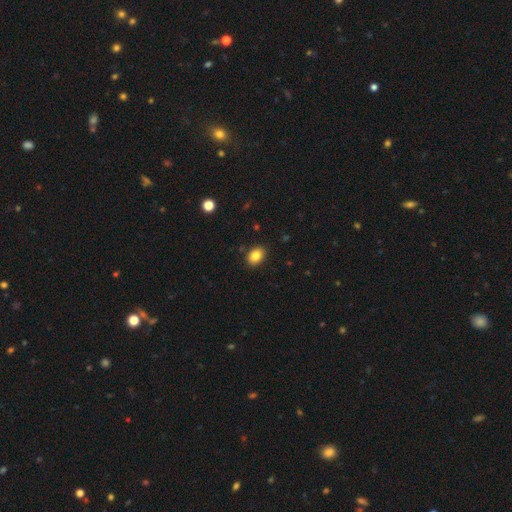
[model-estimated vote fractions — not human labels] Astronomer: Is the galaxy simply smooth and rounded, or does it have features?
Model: smooth — 83%.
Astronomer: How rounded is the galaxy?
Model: in between — 73%.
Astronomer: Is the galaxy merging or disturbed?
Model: none — 88%.